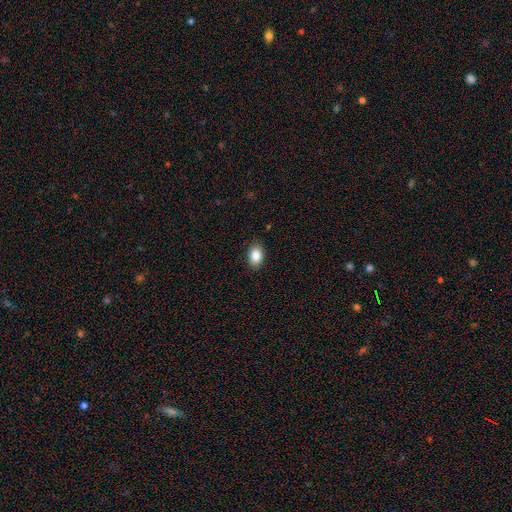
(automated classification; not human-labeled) Q: Smooth or featured?
A: smooth (86%); runner-up: star or artifact (8%)
Q: How rounded?
A: in between (86%); runner-up: round (13%)
Q: Merging?
A: none (87%); runner-up: minor disturbance (10%)